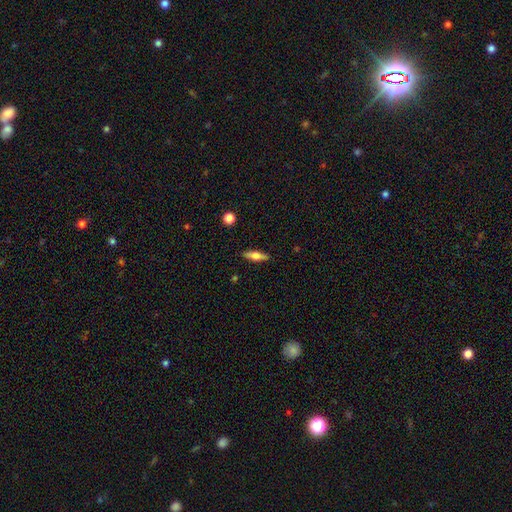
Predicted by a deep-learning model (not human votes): The model was most divided on "smooth or featured": smooth: 54%, featured or disk: 39%, star or artifact: 6%. More confident: merging — none (88%); how rounded — cigar-shaped (58%).